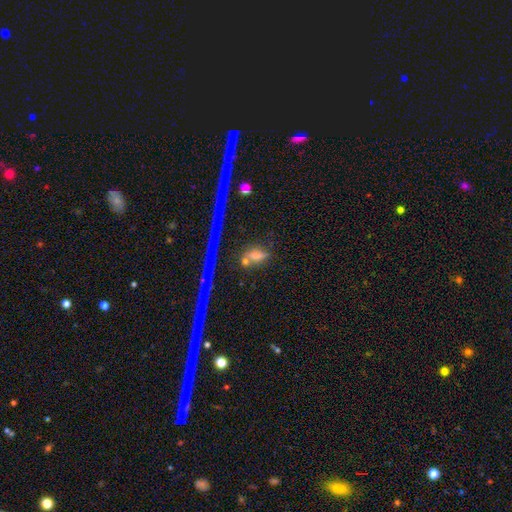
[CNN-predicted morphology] type=smooth (59%); roundness=in between (71%); merging=none (51%).